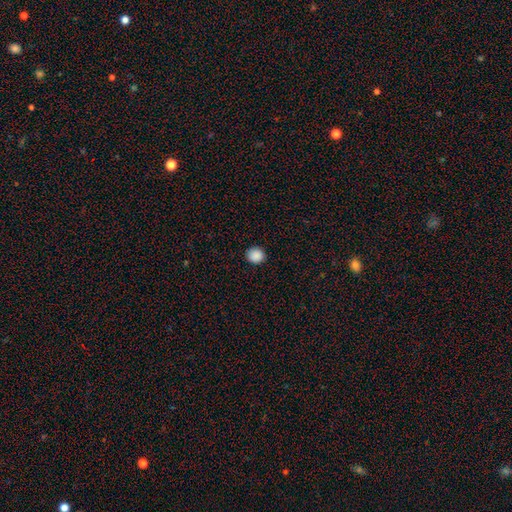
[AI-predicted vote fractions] A smooth galaxy with no disk features (89%) that is round (91%).

Vote fractions:
- Smooth or featured? smooth: 89% / star or artifact: 9% / featured or disk: 2%
- How rounded? round: 91% / in between: 8% / cigar-shaped: 1%
- Merging? none: 92% / minor disturbance: 5% / major disturbance: 2% / merger: 1%